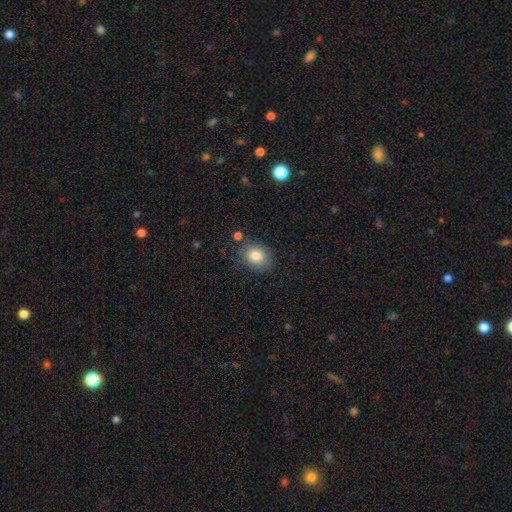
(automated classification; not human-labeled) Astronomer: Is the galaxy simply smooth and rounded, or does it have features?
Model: smooth — 83%.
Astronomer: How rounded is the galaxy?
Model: in between — 50% (runner-up: round, 49%).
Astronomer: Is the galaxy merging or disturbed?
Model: none — 76%.